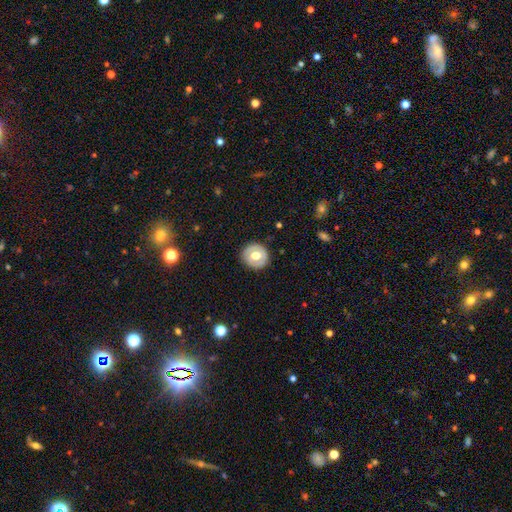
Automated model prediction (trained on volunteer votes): Smooth or featured? smooth (52%)
How rounded? round (88%)
Merging? none (88%)